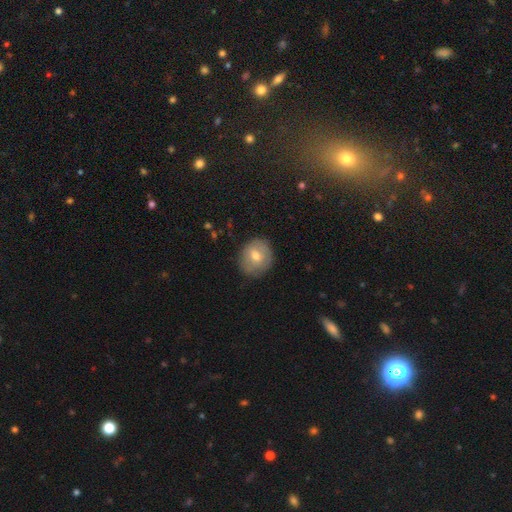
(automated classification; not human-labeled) Smooth or featured? Predicted: smooth (p=0.63). How rounded? Predicted: round (p=0.75). Merging? Predicted: none (p=0.78).